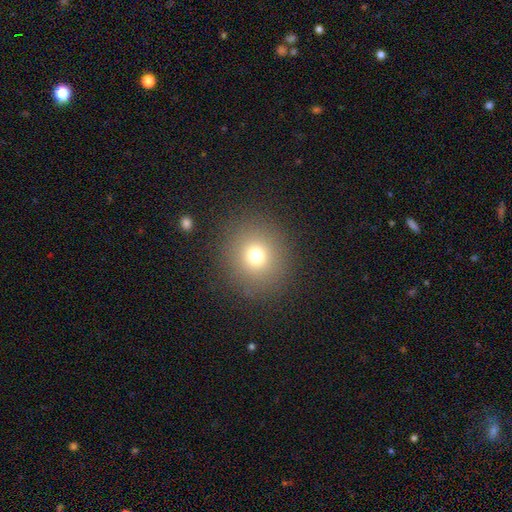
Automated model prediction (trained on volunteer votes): smooth-or-featured: smooth: 72% | star or artifact: 18% | featured or disk: 10%
  how-rounded: round: 89% | in between: 10% | cigar-shaped: 1%
  merging: none: 89% | minor disturbance: 6% | major disturbance: 4% | merger: 1%